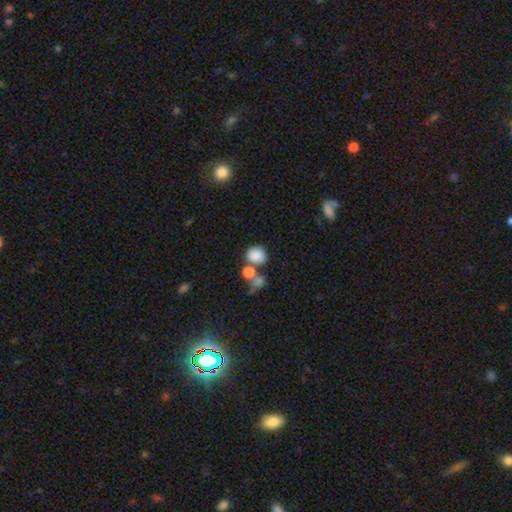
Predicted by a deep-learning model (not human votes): Smooth or featured? smooth (83%)
How rounded? round (70%)
Merging? none (48%)